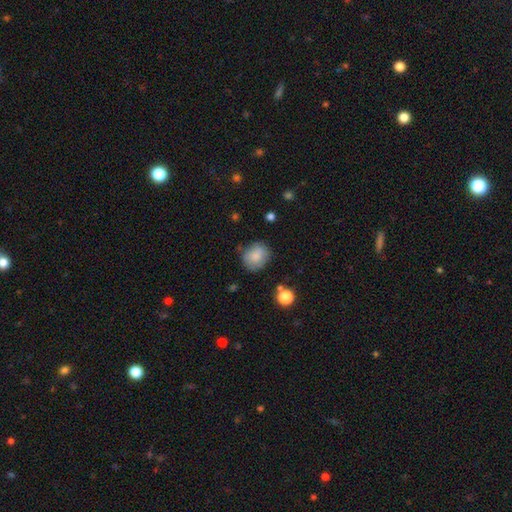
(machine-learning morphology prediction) smooth-or-featured: smooth: 82% | featured or disk: 10% | star or artifact: 8%
  how-rounded: round: 68% | in between: 31% | cigar-shaped: 1%
  merging: none: 74% | minor disturbance: 18% | major disturbance: 5% | merger: 3%